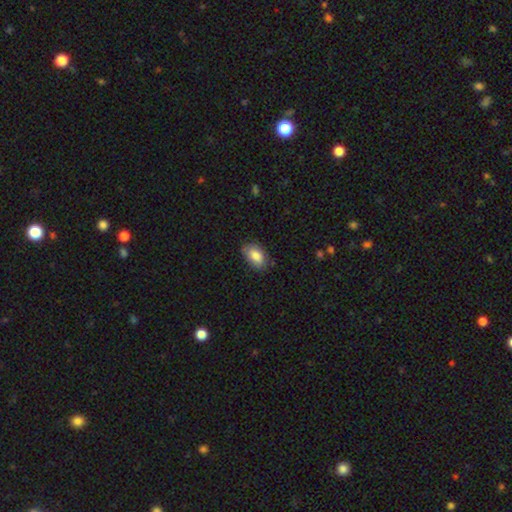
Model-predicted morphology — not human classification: smooth 83%, featured or disk 10%, star or artifact 7%. Down the decision tree: how rounded — in between (92%); merging — none (77%).